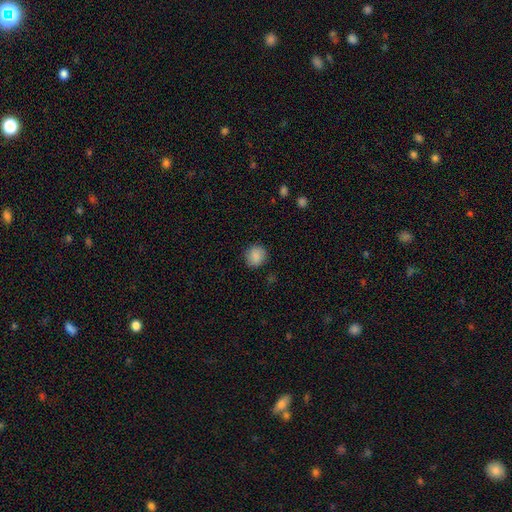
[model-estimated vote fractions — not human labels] Smooth or featured? Predicted: smooth (p=0.88). How rounded? Predicted: round (p=0.86). Merging? Predicted: none (p=0.88).